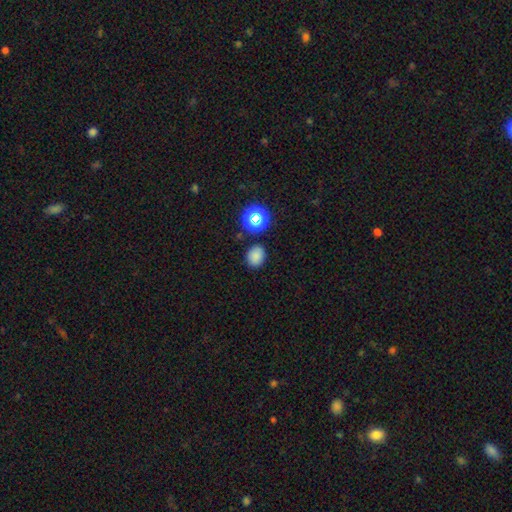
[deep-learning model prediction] smooth 80%, star or artifact 15%, featured or disk 5%. Down the decision tree: how rounded — round (60%); merging — none (85%).